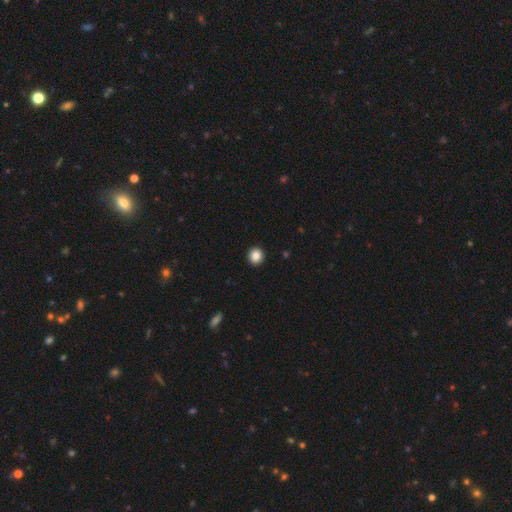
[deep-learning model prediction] Smooth or featured? smooth (85%)
How rounded? round (90%)
Merging? none (93%)